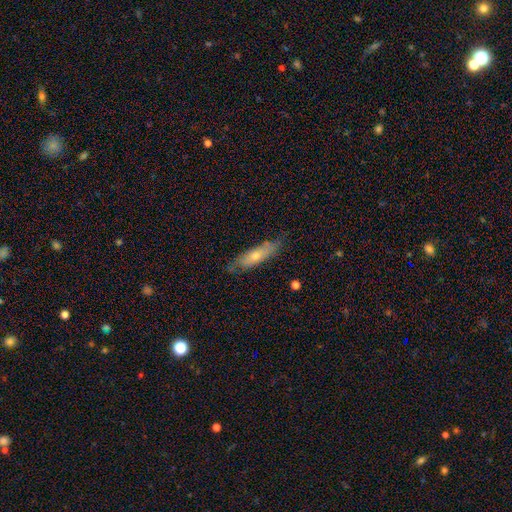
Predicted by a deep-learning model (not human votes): Overall: smooth (48%; featured or disk 45%). Merging: none (75%).